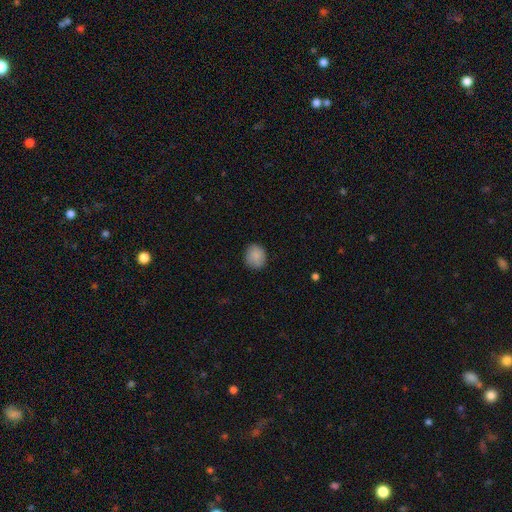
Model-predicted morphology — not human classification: The model was most divided on "how rounded": round: 72%, in between: 28%, cigar-shaped: 1%. More confident: smooth or featured — smooth (87%); merging — none (83%).